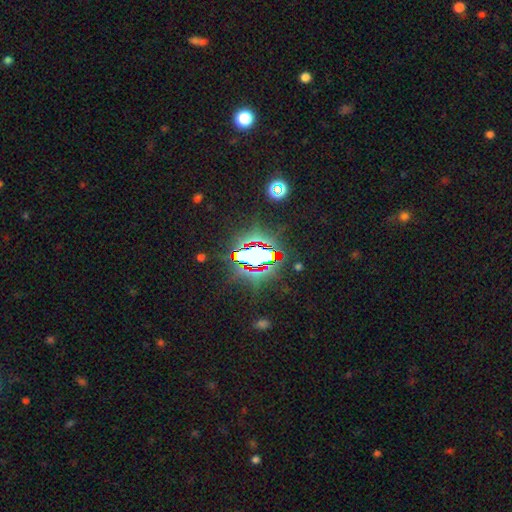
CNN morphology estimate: Smooth or featured?
  - star or artifact: 74% *
  - smooth: 15%
  - featured or disk: 12%